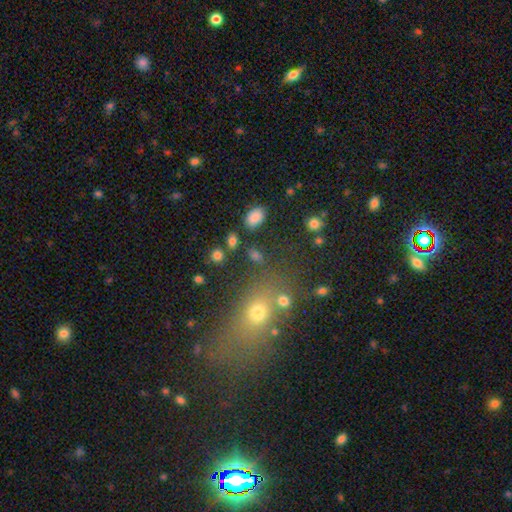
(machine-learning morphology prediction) Smooth or featured?
  - smooth: 76% *
  - star or artifact: 16%
  - featured or disk: 8%
How rounded?
  - in between: 78% *
  - round: 19%
  - cigar-shaped: 3%
Merging?
  - none: 76% *
  - minor disturbance: 11%
  - merger: 9%
  - major disturbance: 5%